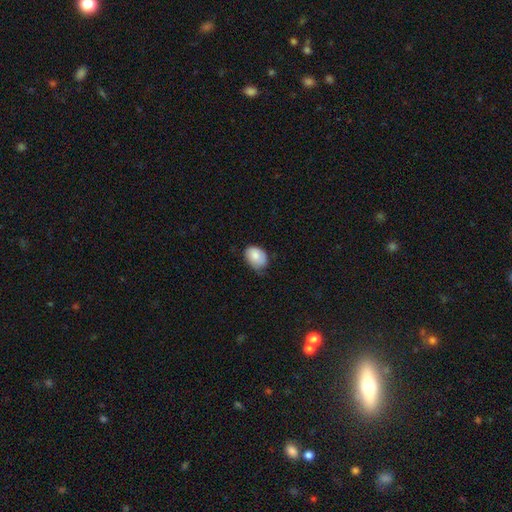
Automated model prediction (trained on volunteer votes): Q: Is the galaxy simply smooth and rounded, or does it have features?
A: smooth — 83%.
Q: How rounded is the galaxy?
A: in between — 76%.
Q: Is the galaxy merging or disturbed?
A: none — 53%.